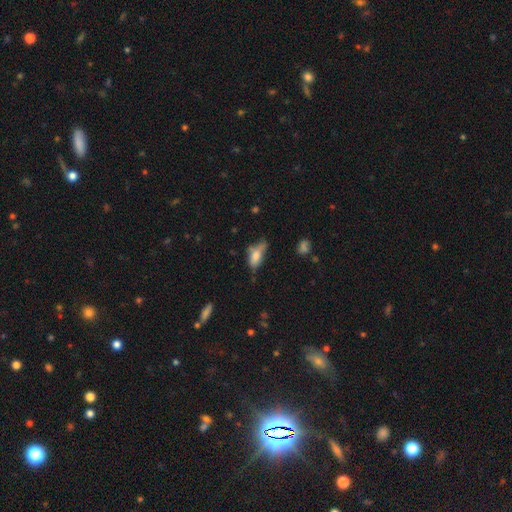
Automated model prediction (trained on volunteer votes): smooth-or-featured: smooth: 69% | featured or disk: 21% | star or artifact: 10%
  how-rounded: in between: 83% | cigar-shaped: 12% | round: 5%
  merging: minor disturbance: 37% | none: 35% | major disturbance: 20% | merger: 9%